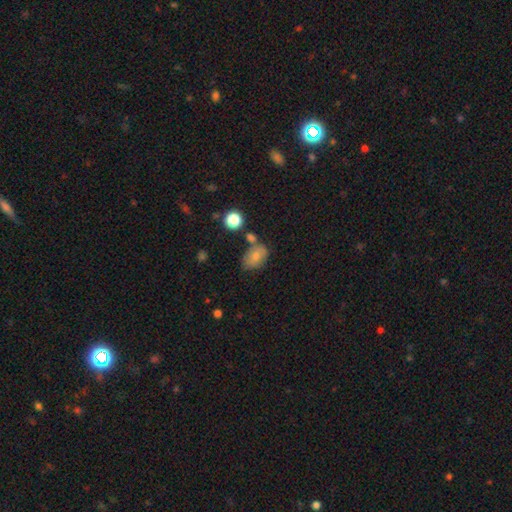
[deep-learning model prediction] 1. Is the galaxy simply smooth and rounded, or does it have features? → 76% smooth, 14% featured or disk, 10% star or artifact.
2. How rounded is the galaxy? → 81% in between, 18% round, 1% cigar-shaped.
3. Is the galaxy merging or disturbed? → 56% none, 22% minor disturbance, 15% merger, 7% major disturbance.